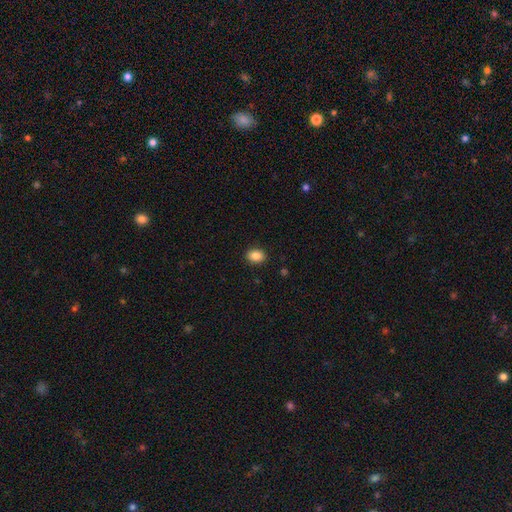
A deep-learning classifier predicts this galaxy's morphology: type=smooth (87%); roundness=in between (67%); merging=none (90%).